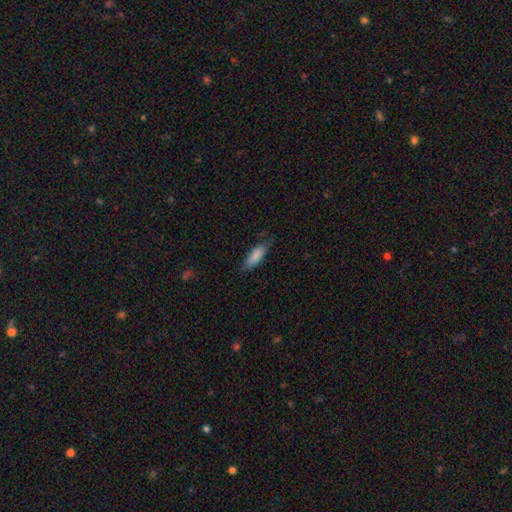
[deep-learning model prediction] This is clearly a smooth galaxy (85%). How rounded: likely in between (64%). Merging: likely none (72%).